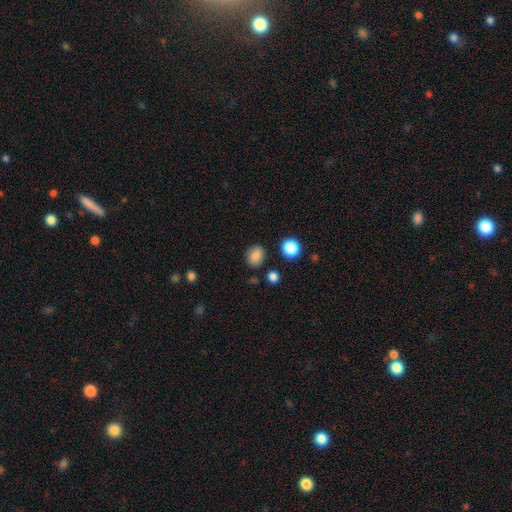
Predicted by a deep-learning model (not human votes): smooth 85%, star or artifact 11%, featured or disk 4%. Down the decision tree: how rounded — round (52%); merging — none (84%).